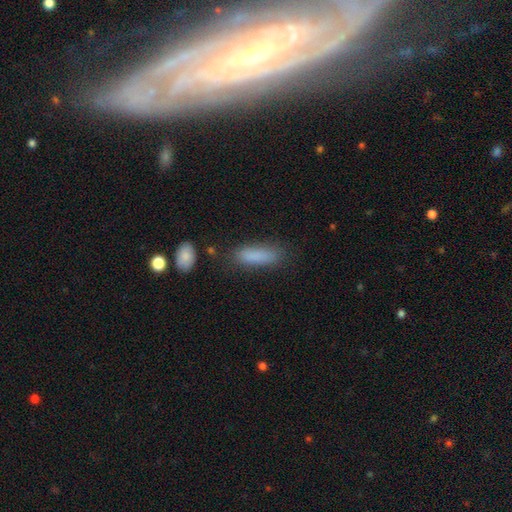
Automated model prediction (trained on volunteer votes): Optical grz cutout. It shows a smooth galaxy with no disk features (83%) that is cigar-shaped (55%). Merging: none (76%).